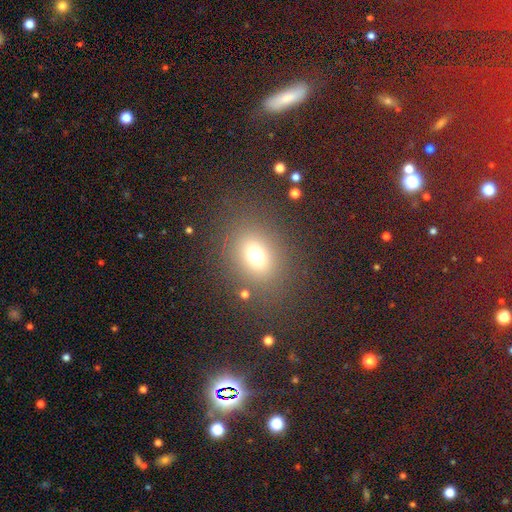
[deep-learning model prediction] Overall: smooth (72%). How rounded: in between (51%; round 47%). Merging: none (83%).